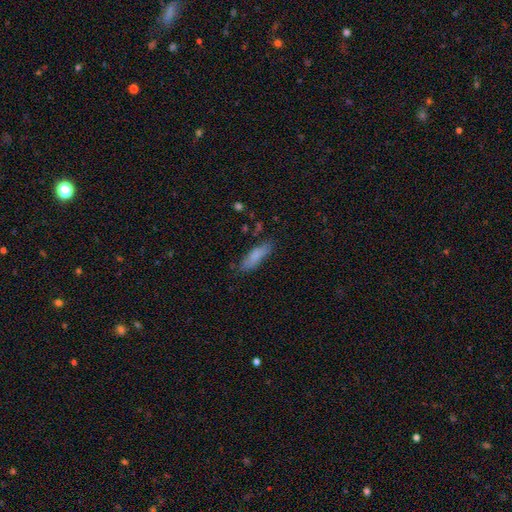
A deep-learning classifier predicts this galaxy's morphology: The model was most divided on "how rounded": cigar-shaped: 59%, in between: 40%, round: 2%. More confident: smooth or featured — smooth (81%); merging — none (76%).